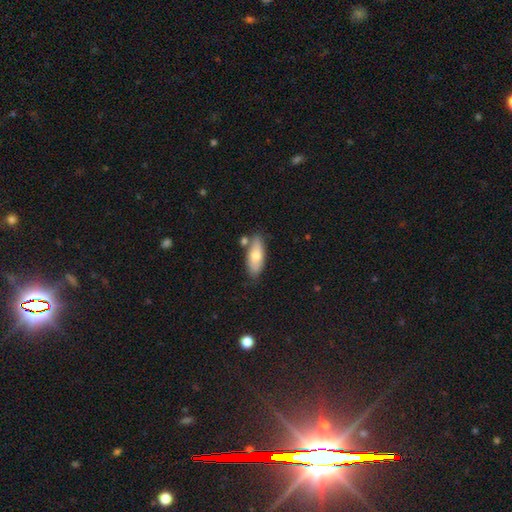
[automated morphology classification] Smooth or featured?
  - smooth: 69% *
  - featured or disk: 25%
  - star or artifact: 6%
How rounded?
  - in between: 73% *
  - cigar-shaped: 24%
  - round: 3%
Merging?
  - none: 76% *
  - minor disturbance: 14%
  - merger: 7%
  - major disturbance: 3%